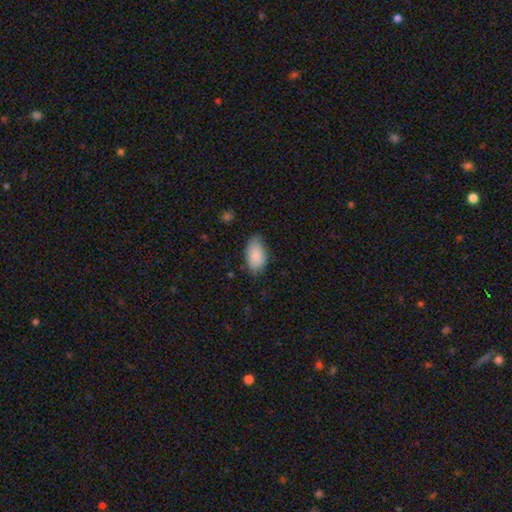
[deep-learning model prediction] The model was most divided on "merging": none: 72%, minor disturbance: 23%, major disturbance: 4%, merger: 1%. More confident: how rounded — in between (94%); smooth or featured — smooth (87%).